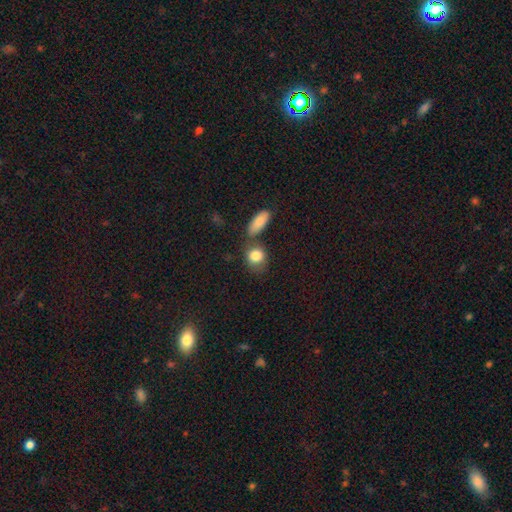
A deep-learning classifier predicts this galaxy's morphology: smooth 84%, star or artifact 8%, featured or disk 8%. Down the decision tree: how rounded — round (59%); merging — none (57%).